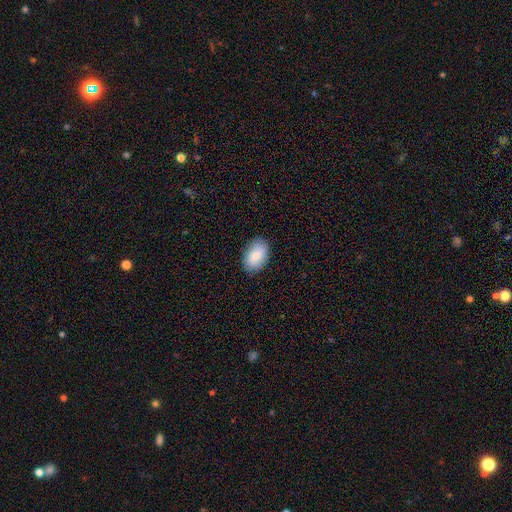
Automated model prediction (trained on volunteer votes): This is clearly a smooth galaxy (82%). How rounded: clearly in between (89%). Merging: clearly none (87%).